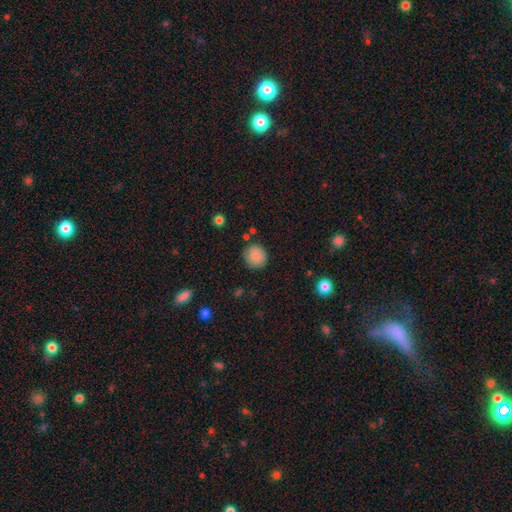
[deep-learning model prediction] This is clearly a smooth galaxy (87%). How rounded: clearly round (89%). Merging: clearly none (84%).